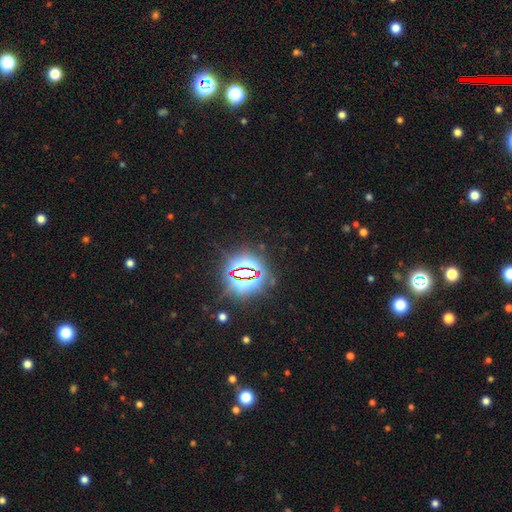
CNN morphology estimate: This is clearly a star or artifact rather than a galaxy (83%).